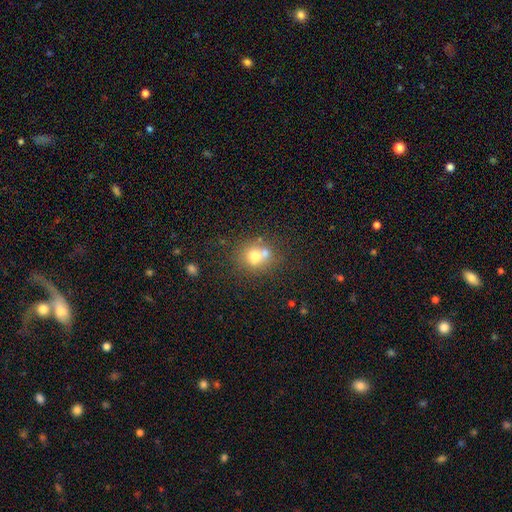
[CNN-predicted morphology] Smooth or featured?
  - smooth: 66% *
  - featured or disk: 21%
  - star or artifact: 14%
How rounded?
  - round: 78% *
  - in between: 21%
  - cigar-shaped: 1%
Merging?
  - none: 44% *
  - merger: 42%
  - minor disturbance: 10%
  - major disturbance: 4%